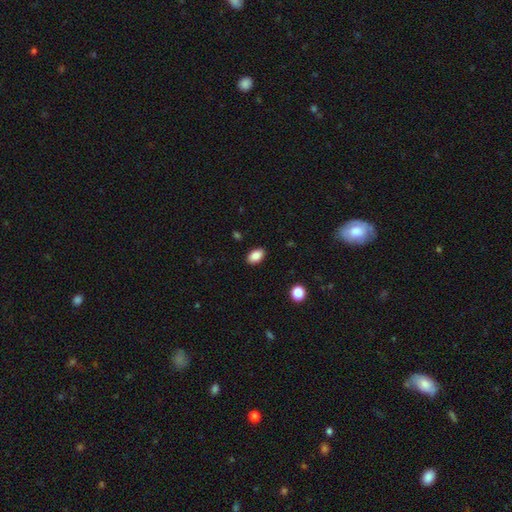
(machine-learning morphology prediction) This is clearly a smooth galaxy (87%). How rounded: clearly in between (90%). Merging: clearly none (89%).